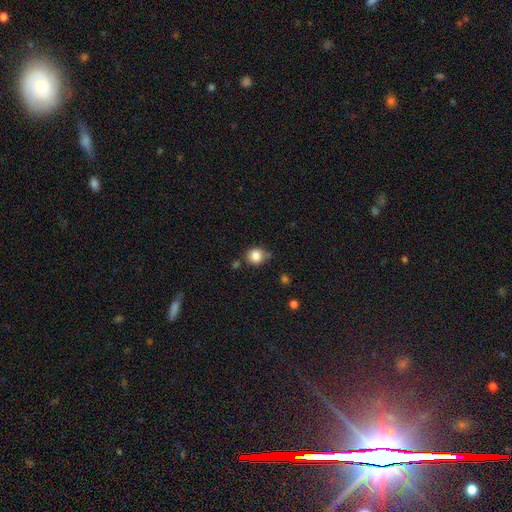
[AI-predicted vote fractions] A smooth galaxy with no disk features (84%) that is round (80%).

Vote fractions:
- Smooth or featured? smooth: 84% / star or artifact: 10% / featured or disk: 5%
- How rounded? round: 80% / in between: 20% / cigar-shaped: 1%
- Merging? none: 68% / minor disturbance: 21% / merger: 7% / major disturbance: 4%